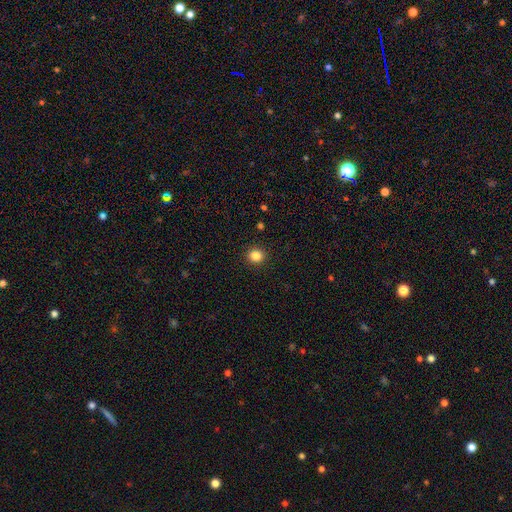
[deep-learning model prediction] Smooth or featured: smooth — 85% (star or artifact — 11%)
How rounded: round — 85% (in between — 14%)
Merging: none — 92% (minor disturbance — 5%)